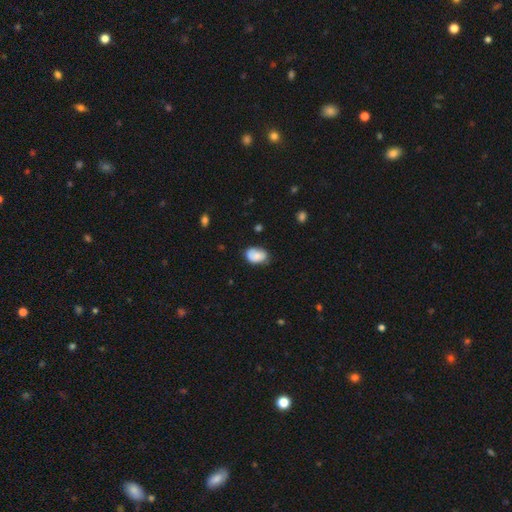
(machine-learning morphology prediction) The model was most divided on "merging": none: 64%, minor disturbance: 28%, major disturbance: 6%, merger: 2%. More confident: how rounded — in between (85%); smooth or featured — smooth (80%).